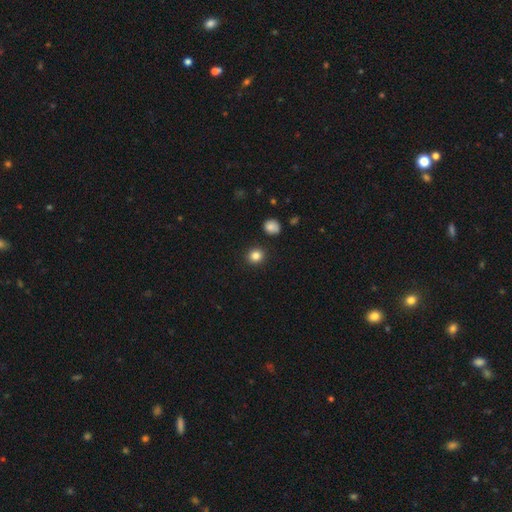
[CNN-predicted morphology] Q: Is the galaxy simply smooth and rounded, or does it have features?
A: smooth — 84%.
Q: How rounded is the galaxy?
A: round — 90%.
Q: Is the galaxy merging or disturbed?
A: none — 92%.